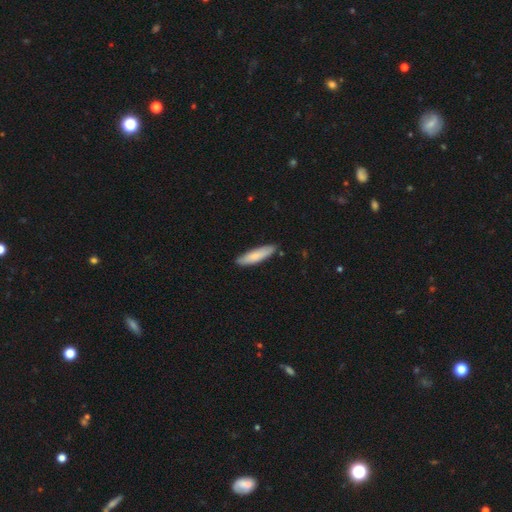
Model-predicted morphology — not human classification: A smooth galaxy with no disk features (80%) that is cigar-shaped (69%). Merging: none (83%).